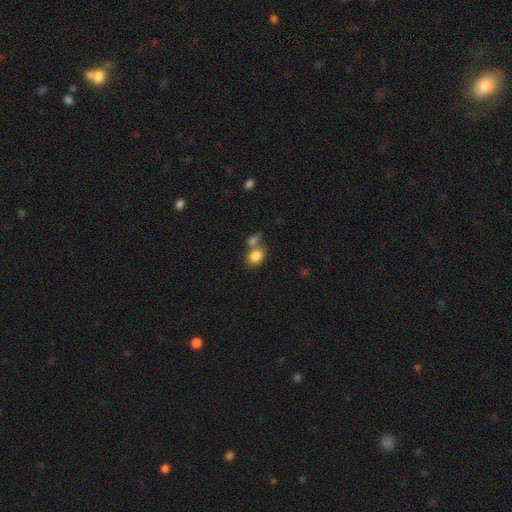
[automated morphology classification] This appears to be a smooth galaxy with no disk features (83%) that is in between round and cigar-shaped (52%). Merging: none (45%).